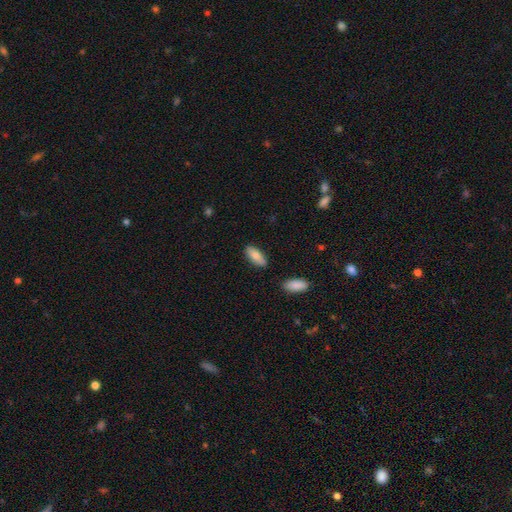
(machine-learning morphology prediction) smooth 76%, featured or disk 18%, star or artifact 6%. Down the decision tree: how rounded — in between (84%); merging — none (82%).